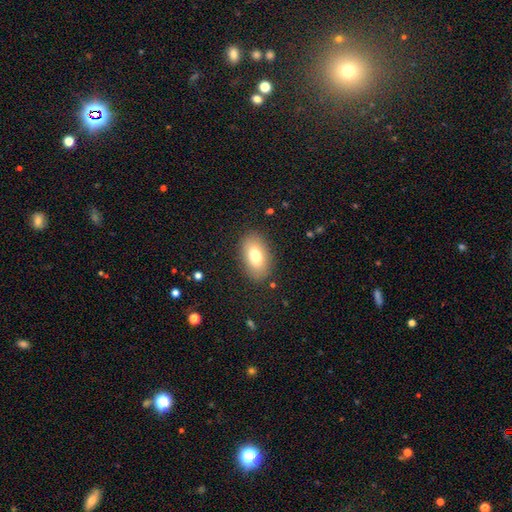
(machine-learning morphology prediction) The model was most divided on "smooth or featured": smooth: 76%, featured or disk: 16%, star or artifact: 8%. More confident: how rounded — in between (91%); merging — none (86%).